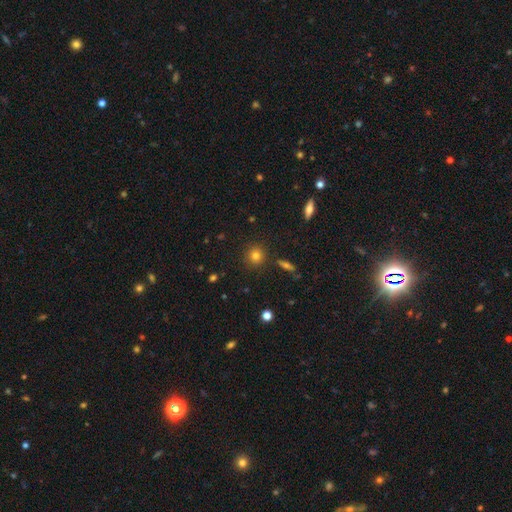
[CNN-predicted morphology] type=smooth (78%); roundness=round (91%); merging=none (88%).